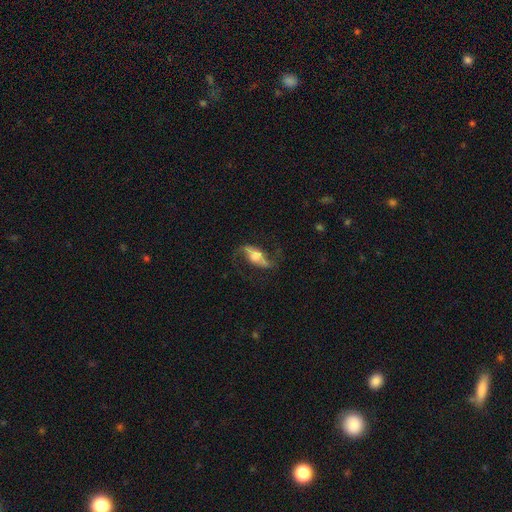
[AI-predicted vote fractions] smooth-or-featured: featured or disk: 76% | smooth: 16% | star or artifact: 7%
  disk-edge-on: no: 84% | yes: 16%
    bar: no: 36% | weak: 33% | strong: 31%
    has-spiral-arms: yes: 91% | no: 9%
      spiral-winding: loose: 73% | medium: 22% | tight: 5%
      spiral-arm-count: 2: 91% | can't tell: 3% | 1: 3% | 3: 1% | 4: 1% | more than 4: 1%
    bulge-size: moderate: 40% | large: 33% | small: 15% | none: 7% | dominant: 6%
  merging: none: 68% | minor disturbance: 16% | major disturbance: 15% | merger: 2%